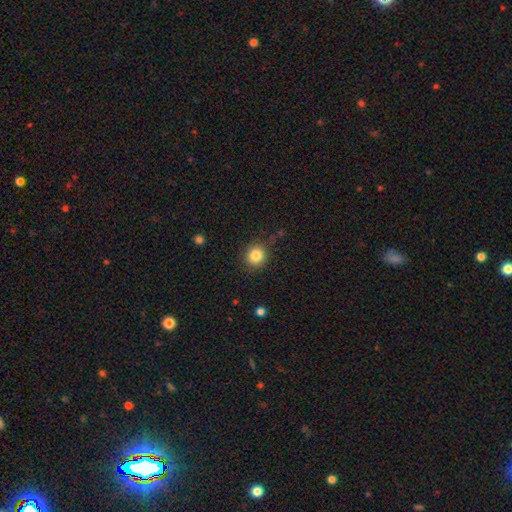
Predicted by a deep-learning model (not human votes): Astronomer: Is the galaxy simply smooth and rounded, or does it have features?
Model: smooth — 84%.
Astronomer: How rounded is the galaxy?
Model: round — 88%.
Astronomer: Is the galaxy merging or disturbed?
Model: none — 84%.